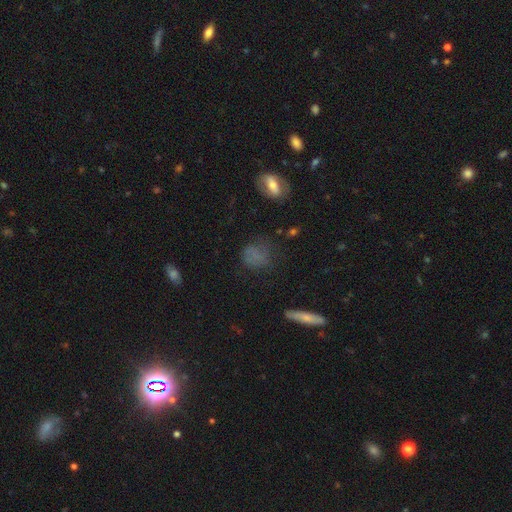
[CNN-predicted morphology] Q: Smooth or featured?
A: smooth (62%); runner-up: featured or disk (20%)
Q: How rounded?
A: round (60%); runner-up: in between (36%)
Q: Merging?
A: none (57%); runner-up: minor disturbance (23%)